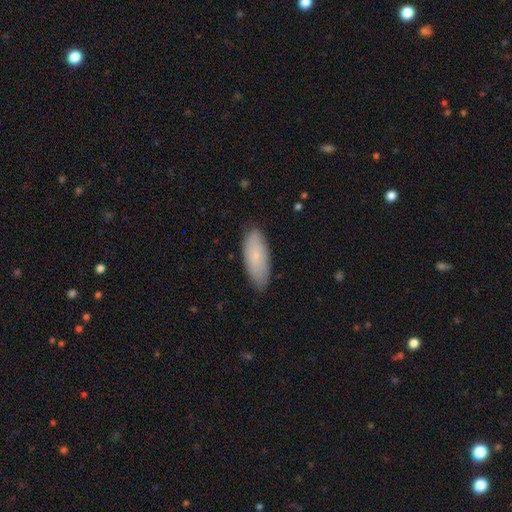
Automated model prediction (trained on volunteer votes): Morphology: type=smooth (75%); roundness=in between (80%); merging=none (82%).